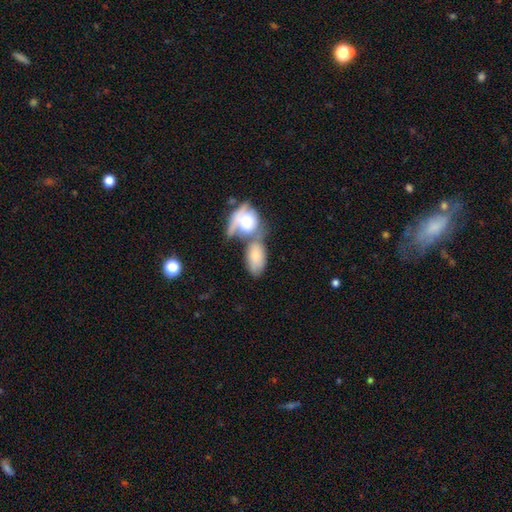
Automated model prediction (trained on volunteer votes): smooth_or_featured: smooth (p=0.70) [alt: featured or disk p=0.23]
how_rounded: in between (p=0.90) [alt: round p=0.07]
merging: merger (p=0.59) [alt: none p=0.19]